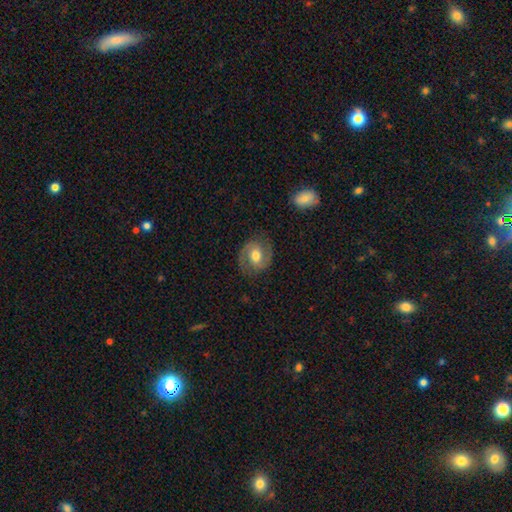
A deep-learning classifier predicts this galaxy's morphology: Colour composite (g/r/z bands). It shows a featured or disk galaxy (71%) with a weak bar (45%), 2 (91%) medium (54%) spiral arms (90%) and a moderate central bulge (74%). Merging: none (81%).